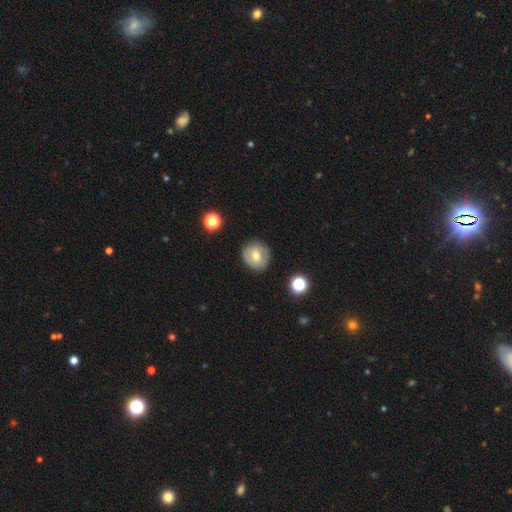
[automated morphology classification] Smooth or featured? Predicted: smooth (p=0.57). How rounded? Predicted: round (p=0.85). Merging? Predicted: none (p=0.84).